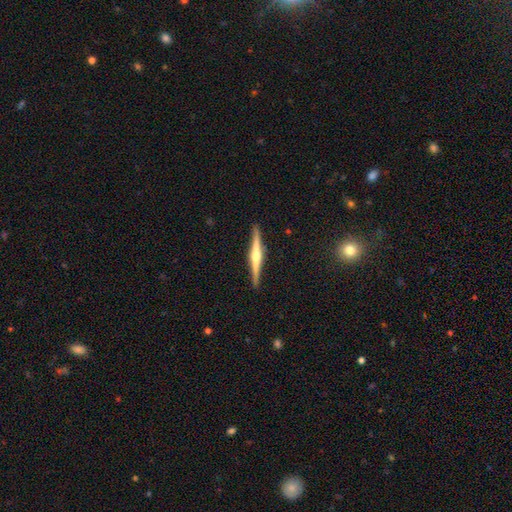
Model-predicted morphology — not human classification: A featured or disk galaxy (75%) viewed edge-on (98%) with a rounded central bulge (84%).

Vote fractions:
- Smooth or featured? featured or disk: 75% / smooth: 20% / star or artifact: 5%
- Edge-on disk? yes: 98% / no: 2%
- Edge-on bulge? rounded: 84% / none: 9% / boxy: 7%
- Merging? none: 91% / minor disturbance: 7% / major disturbance: 1% / merger: 1%